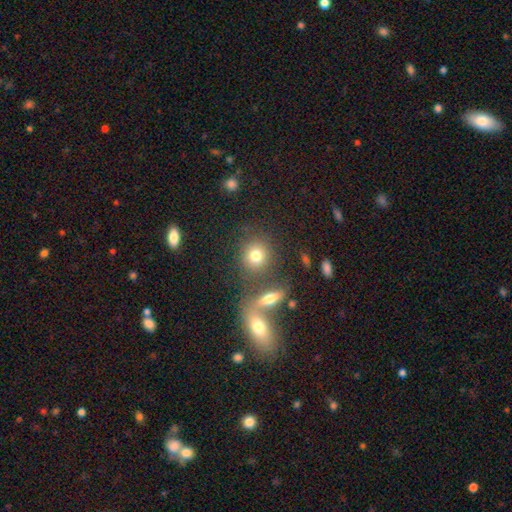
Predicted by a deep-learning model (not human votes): Smooth or featured? Predicted: smooth (p=0.76). How rounded? Predicted: round (p=0.79). Merging? Predicted: none (p=0.63).